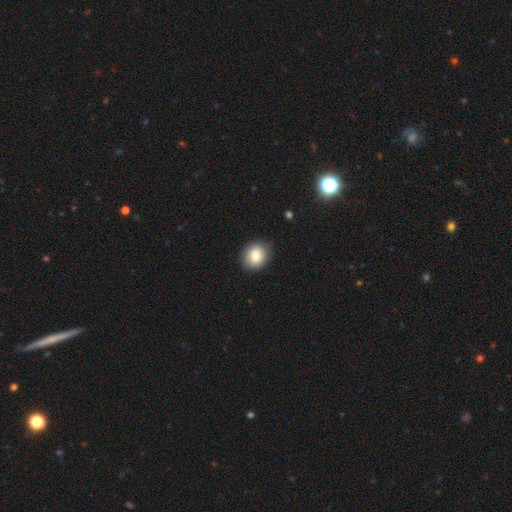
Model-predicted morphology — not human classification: Smooth or featured?
  - smooth: 84% *
  - star or artifact: 8%
  - featured or disk: 8%
How rounded?
  - round: 73% *
  - in between: 26%
  - cigar-shaped: 1%
Merging?
  - none: 85% *
  - minor disturbance: 12%
  - major disturbance: 2%
  - merger: 1%